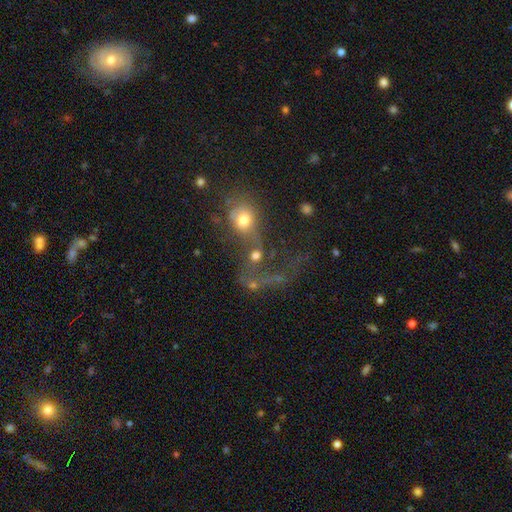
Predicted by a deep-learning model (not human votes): Q: Smooth or featured?
A: smooth (49%); runner-up: featured or disk (31%)
Q: Merging?
A: merger (60%); runner-up: none (17%)